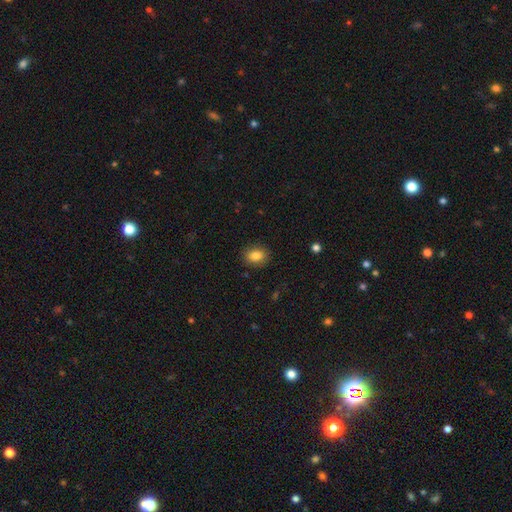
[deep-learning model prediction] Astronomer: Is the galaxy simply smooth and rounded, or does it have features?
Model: smooth — 84%.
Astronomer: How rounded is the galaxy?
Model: in between — 58% (runner-up: round, 41%).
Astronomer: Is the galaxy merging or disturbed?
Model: none — 88%.